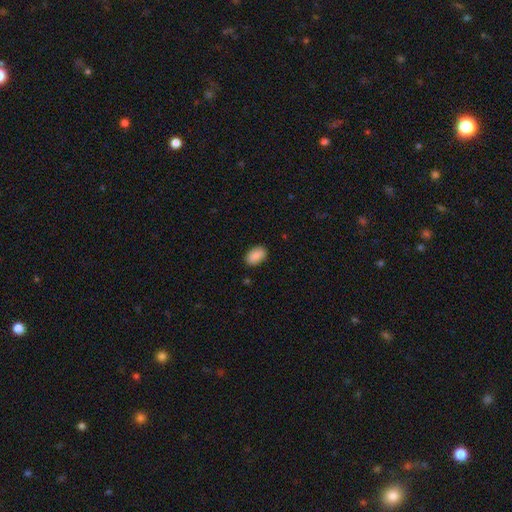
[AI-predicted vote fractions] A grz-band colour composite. It shows a smooth galaxy with no disk features (89%) that is in between round and cigar-shaped (89%). Merging: none (88%).